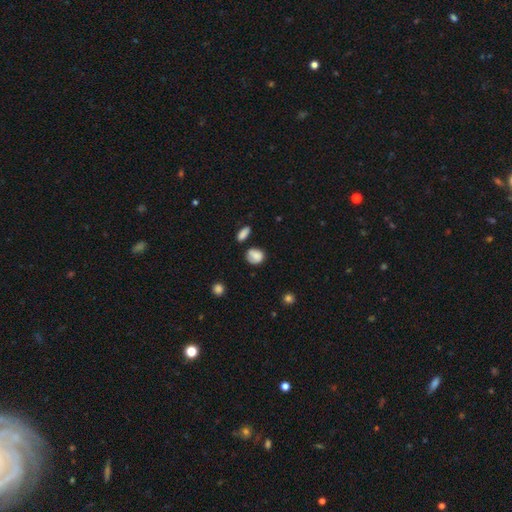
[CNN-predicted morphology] This is clearly a smooth galaxy (81%). How rounded: possibly in between (49%, tied with round). Merging: possibly none (51%).